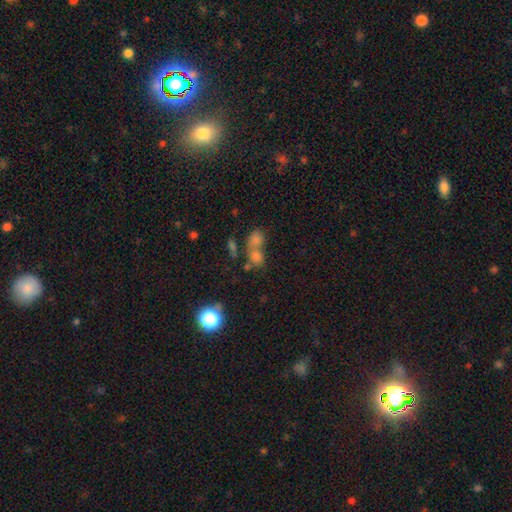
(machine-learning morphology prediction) Smooth or featured? Predicted: smooth (p=0.61). How rounded? Predicted: round (p=0.58). Merging? Predicted: merger (p=0.53).